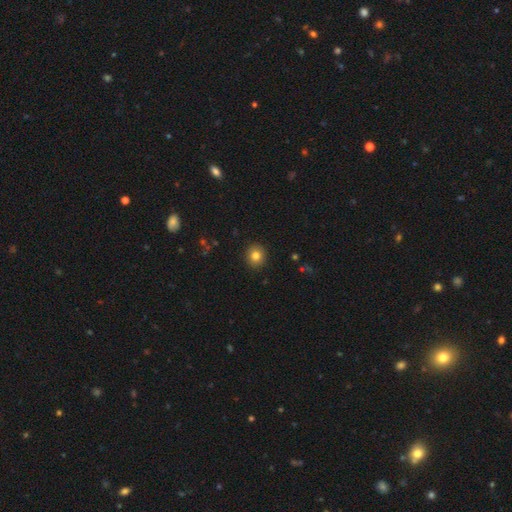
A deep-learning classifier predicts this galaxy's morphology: This is clearly a smooth galaxy (81%). How rounded: clearly round (88%). Merging: clearly none (92%).